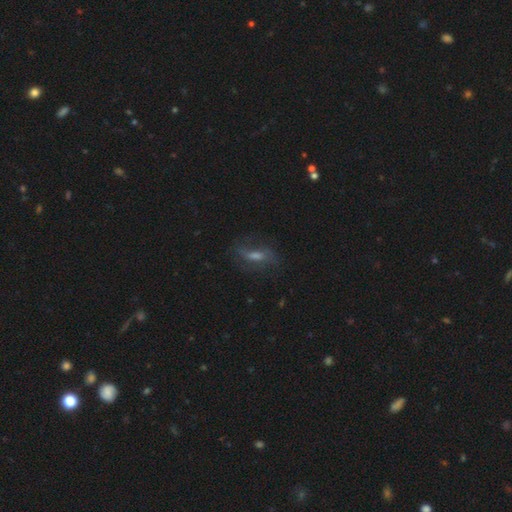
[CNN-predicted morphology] Smooth or featured? Predicted: featured or disk (p=0.53). Edge-on disk? Predicted: no (p=0.80). Merging? Predicted: none (p=0.69).